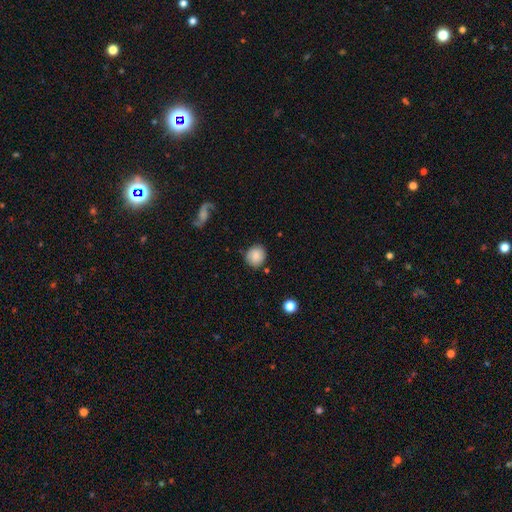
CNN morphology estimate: smooth_or_featured: smooth (p=0.83) [alt: featured or disk p=0.09]
how_rounded: round (p=0.81) [alt: in between p=0.18]
merging: none (p=0.81) [alt: minor disturbance p=0.13]